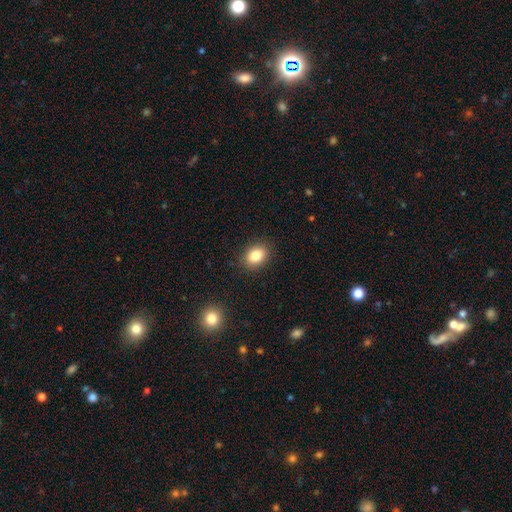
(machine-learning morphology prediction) Smooth or featured: smooth — 84% (star or artifact — 9%)
How rounded: in between — 68% (round — 31%)
Merging: none — 89% (minor disturbance — 8%)